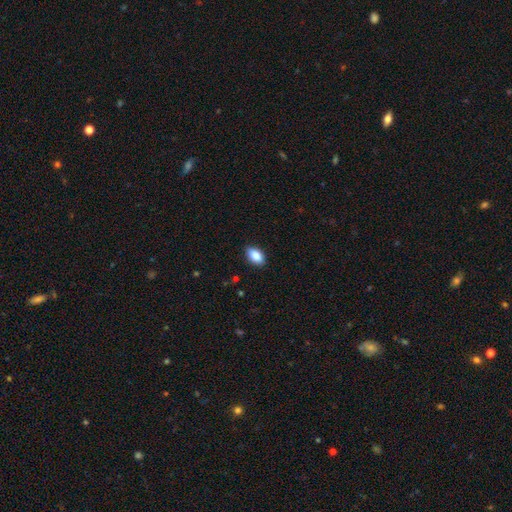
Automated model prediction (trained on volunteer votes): Smooth or featured? Predicted: smooth (p=0.86). How rounded? Predicted: in between (p=0.92). Merging? Predicted: none (p=0.88).